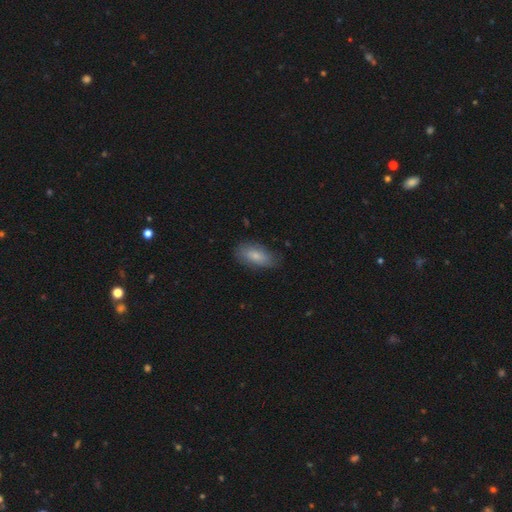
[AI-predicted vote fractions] Smooth or featured?
  - smooth: 78% *
  - featured or disk: 16%
  - star or artifact: 6%
How rounded?
  - in between: 88% *
  - cigar-shaped: 8%
  - round: 4%
Merging?
  - none: 73% *
  - minor disturbance: 21%
  - major disturbance: 5%
  - merger: 1%